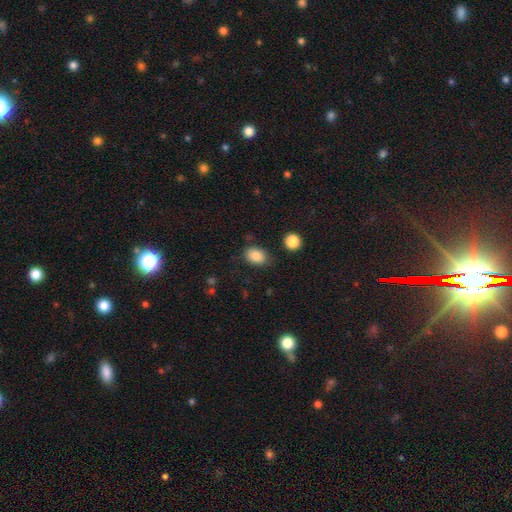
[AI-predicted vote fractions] Q: Smooth or featured?
A: smooth (86%); runner-up: star or artifact (9%)
Q: How rounded?
A: in between (75%); runner-up: round (24%)
Q: Merging?
A: none (79%); runner-up: minor disturbance (14%)